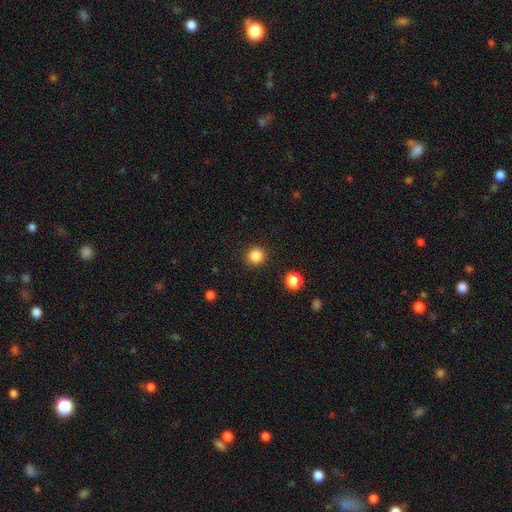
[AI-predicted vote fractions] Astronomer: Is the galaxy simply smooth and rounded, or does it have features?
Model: smooth — 85%.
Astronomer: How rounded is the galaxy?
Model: round — 94%.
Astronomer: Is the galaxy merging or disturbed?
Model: none — 91%.